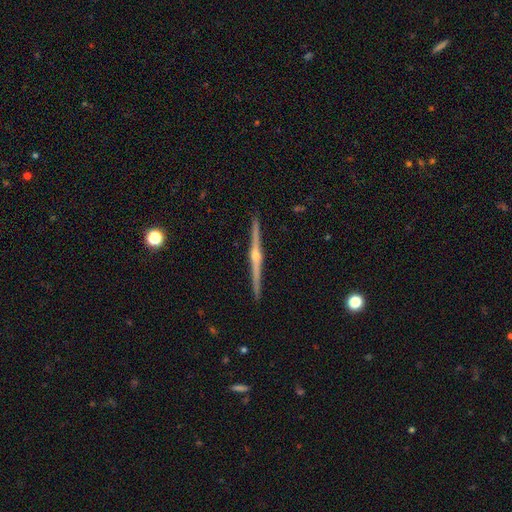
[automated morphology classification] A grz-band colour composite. It shows a featured or disk galaxy (88%) viewed edge-on (99%) with a rounded central bulge (93%). Merging: none (93%).